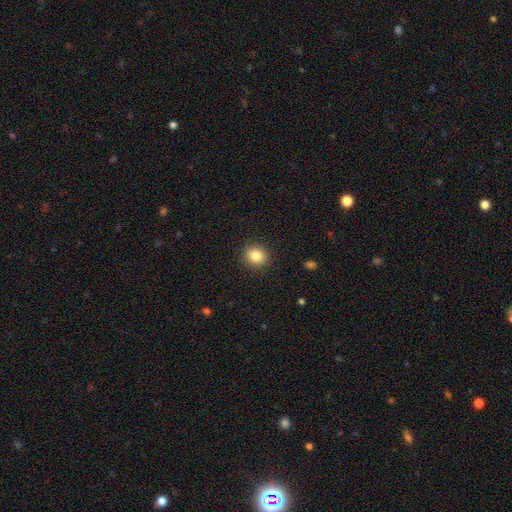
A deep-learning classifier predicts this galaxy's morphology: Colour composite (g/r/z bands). It shows a smooth galaxy with no disk features (84%) that is round (83%). Merging: none (90%).